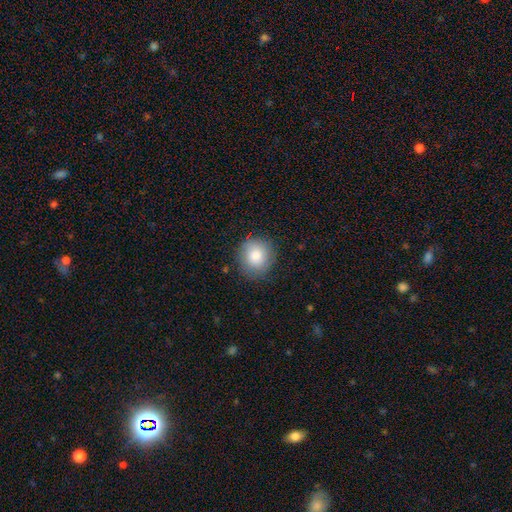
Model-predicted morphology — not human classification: Smooth or featured? smooth (80%)
How rounded? round (90%)
Merging? none (83%)